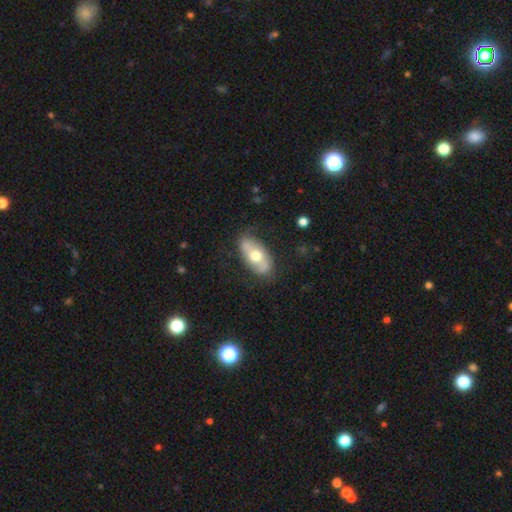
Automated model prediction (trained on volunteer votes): Morphology: type=smooth (49%); merging=none (78%).